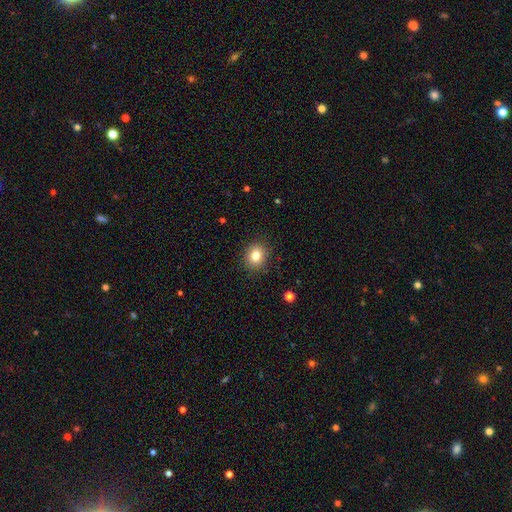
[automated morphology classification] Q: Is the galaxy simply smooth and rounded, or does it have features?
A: smooth — 82%.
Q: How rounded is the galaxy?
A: round — 75%.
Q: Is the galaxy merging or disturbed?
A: none — 89%.